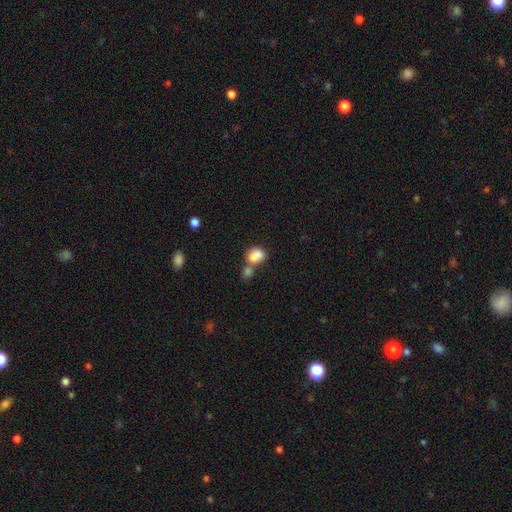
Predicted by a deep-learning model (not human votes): Smooth or featured? smooth (83%)
How rounded? in between (55%)
Merging? merger (58%)